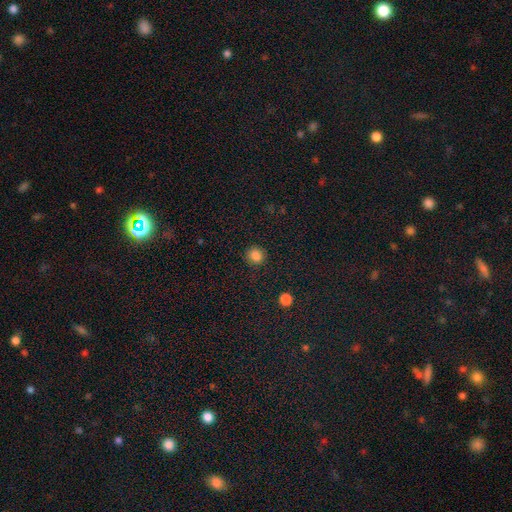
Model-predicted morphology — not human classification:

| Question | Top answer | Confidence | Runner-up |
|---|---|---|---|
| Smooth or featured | smooth | 85% | star or artifact (12%) |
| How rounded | round | 85% | in between (14%) |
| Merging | none | 88% | minor disturbance (8%) |